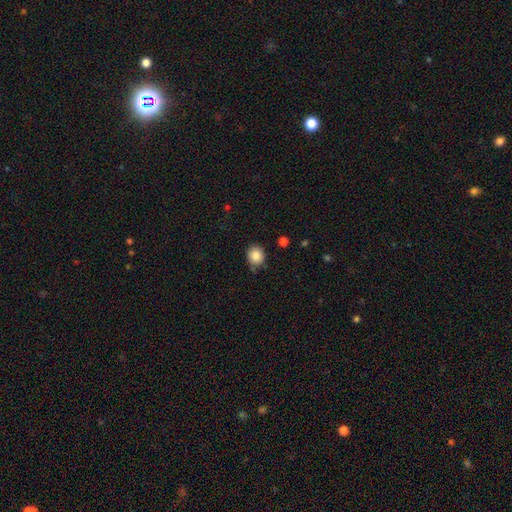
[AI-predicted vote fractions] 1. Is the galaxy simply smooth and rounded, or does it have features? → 85% smooth, 9% star or artifact, 5% featured or disk.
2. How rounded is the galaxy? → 82% round, 17% in between, 1% cigar-shaped.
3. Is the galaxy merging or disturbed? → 75% none, 18% minor disturbance, 3% major disturbance, 3% merger.